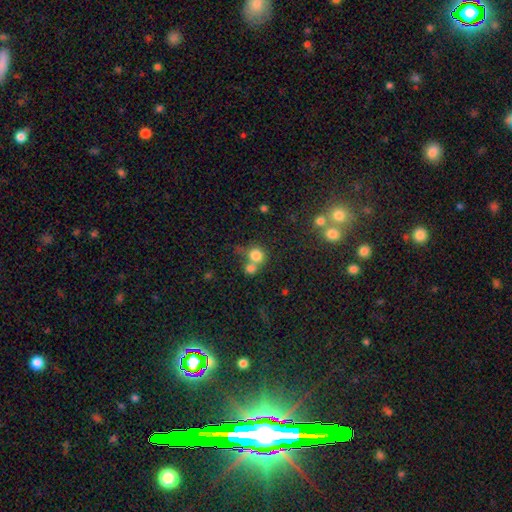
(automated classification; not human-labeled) Overall: smooth (79%). How rounded: round (84%). Merging: merger (46%; none 41%).